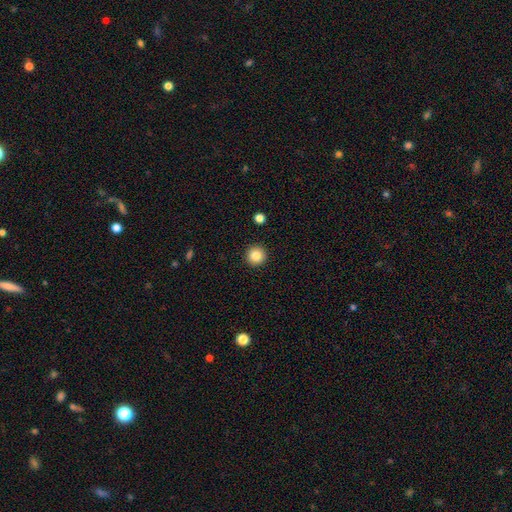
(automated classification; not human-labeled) smooth-or-featured: smooth: 85% | star or artifact: 10% | featured or disk: 5%
  how-rounded: round: 96% | in between: 3% | cigar-shaped: 1%
  merging: none: 93% | minor disturbance: 4% | major disturbance: 2% | merger: 1%